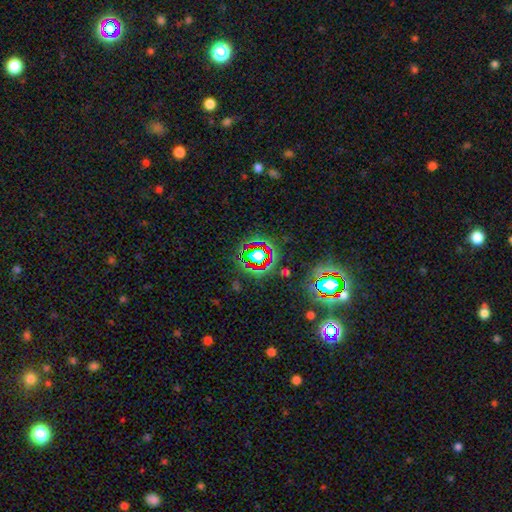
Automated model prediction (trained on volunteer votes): Smooth or featured? Predicted: star or artifact (p=0.61).